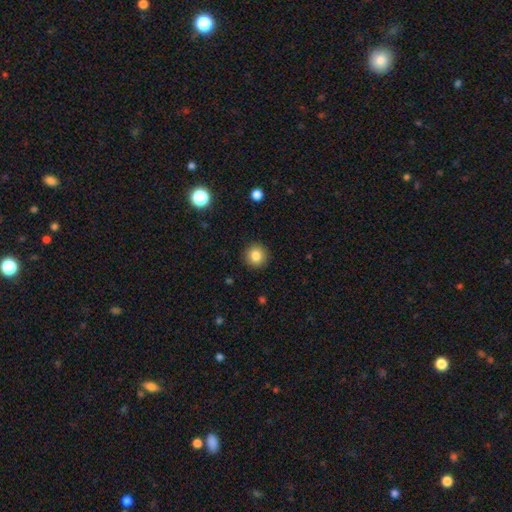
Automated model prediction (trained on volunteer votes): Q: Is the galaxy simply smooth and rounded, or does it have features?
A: smooth — 83%.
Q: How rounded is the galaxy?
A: round — 94%.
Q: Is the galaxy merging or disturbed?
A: none — 91%.